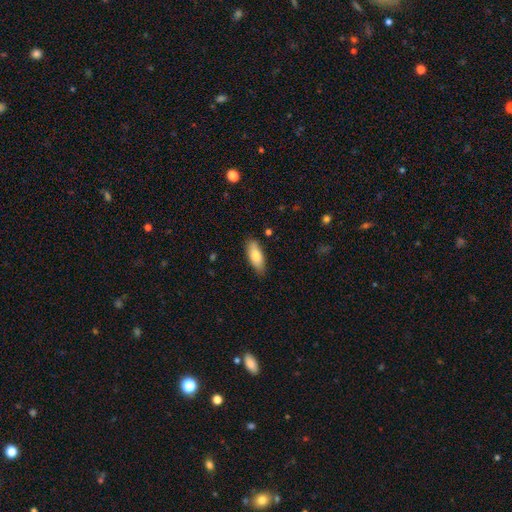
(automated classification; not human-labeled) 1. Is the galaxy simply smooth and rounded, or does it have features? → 80% smooth, 13% featured or disk, 6% star or artifact.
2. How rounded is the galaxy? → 75% in between, 23% cigar-shaped, 2% round.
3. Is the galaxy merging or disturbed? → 83% none, 13% minor disturbance, 2% major disturbance, 2% merger.